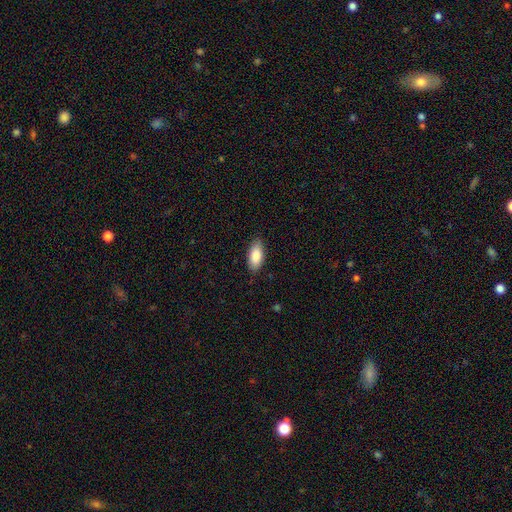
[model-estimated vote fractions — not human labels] A smooth galaxy with no disk features (86%) that is in between round and cigar-shaped (89%). Merging: none (87%).